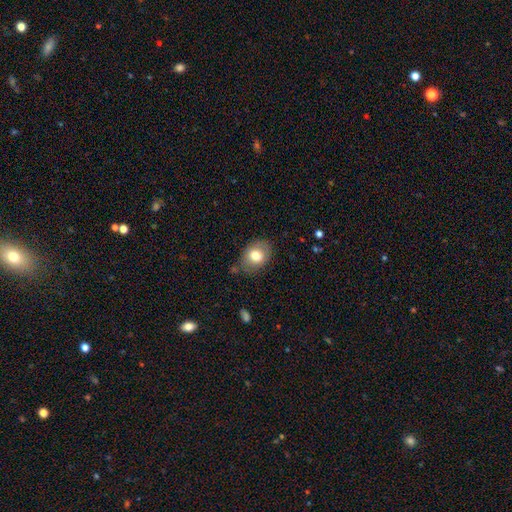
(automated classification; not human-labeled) smooth_or_featured: smooth (p=0.77) [alt: featured or disk p=0.15]
how_rounded: in between (p=0.64) [alt: round p=0.35]
merging: none (p=0.75) [alt: minor disturbance p=0.17]